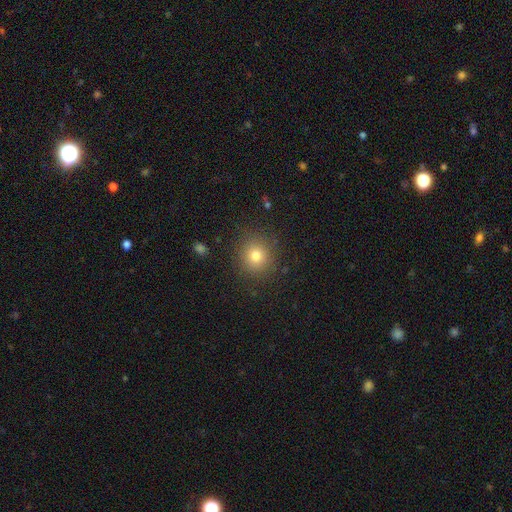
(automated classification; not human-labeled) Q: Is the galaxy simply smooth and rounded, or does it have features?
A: smooth — 78%.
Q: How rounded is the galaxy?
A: round — 89%.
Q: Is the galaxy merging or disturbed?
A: none — 88%.